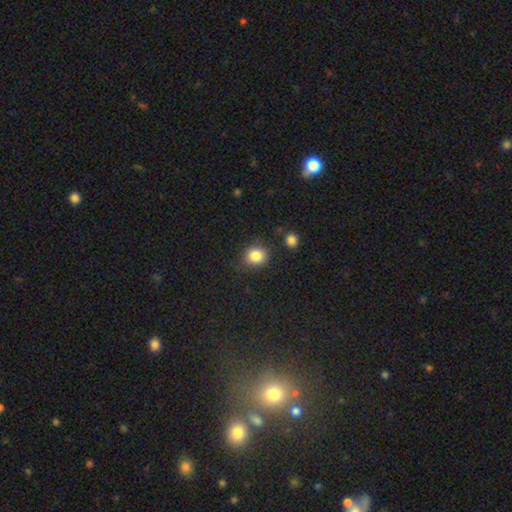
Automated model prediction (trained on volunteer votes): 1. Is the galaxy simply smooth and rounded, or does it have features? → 84% smooth, 10% star or artifact, 5% featured or disk.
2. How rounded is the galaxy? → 81% round, 18% in between, 1% cigar-shaped.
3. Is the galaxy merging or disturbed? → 81% none, 12% minor disturbance, 4% major disturbance, 4% merger.